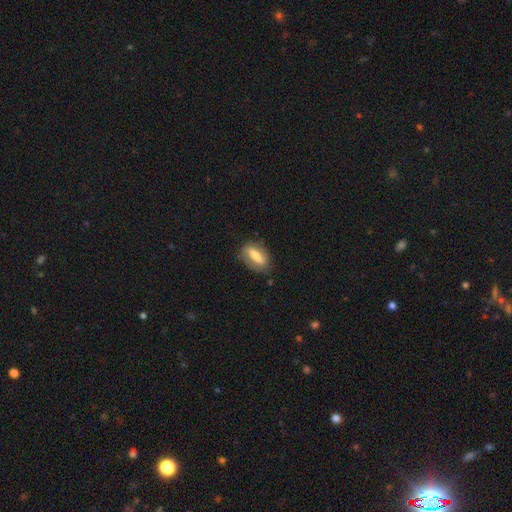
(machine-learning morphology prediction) Smooth or featured? Predicted: smooth (p=0.59). How rounded? Predicted: in between (p=0.75). Merging? Predicted: none (p=0.75).